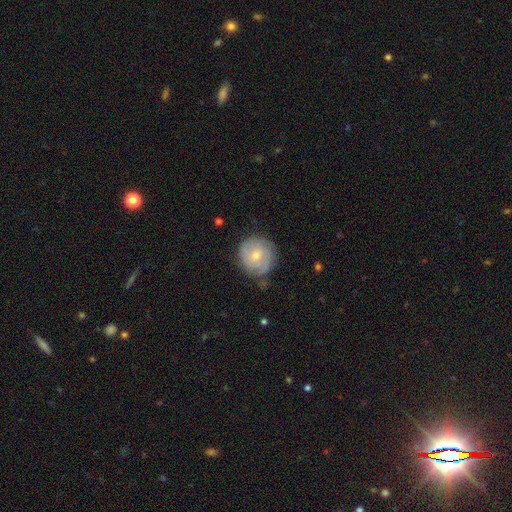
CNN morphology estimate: Q: Smooth or featured?
A: smooth (51%); runner-up: featured or disk (43%)
Q: How rounded?
A: round (91%); runner-up: in between (8%)
Q: Merging?
A: none (71%); runner-up: minor disturbance (21%)